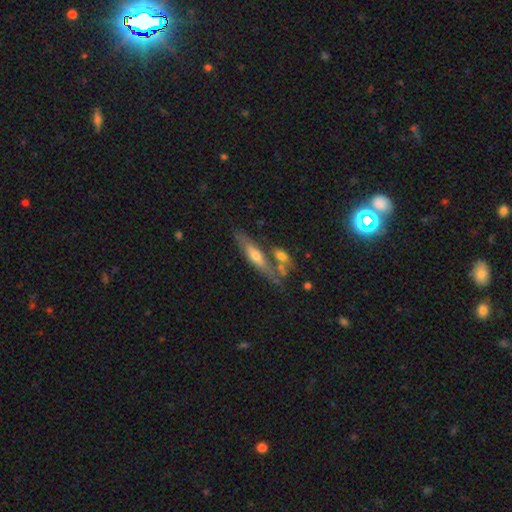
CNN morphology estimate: Smooth or featured? Predicted: featured or disk (p=0.51). Edge-on disk? Predicted: yes (p=0.73). Merging? Predicted: none (p=0.58).